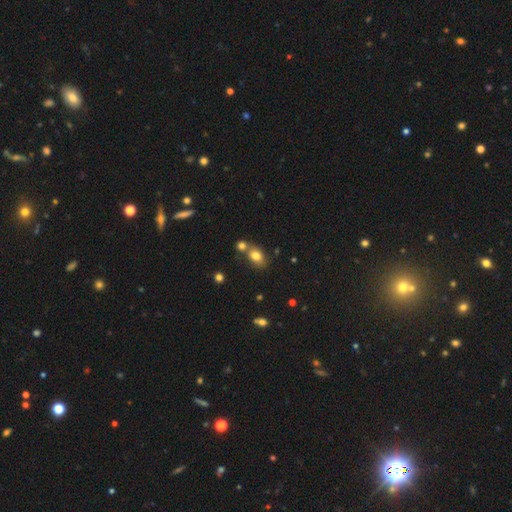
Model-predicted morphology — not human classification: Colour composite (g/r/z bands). It shows a smooth galaxy with no disk features (79%) that is in between round and cigar-shaped (74%). Merging: none (51%).